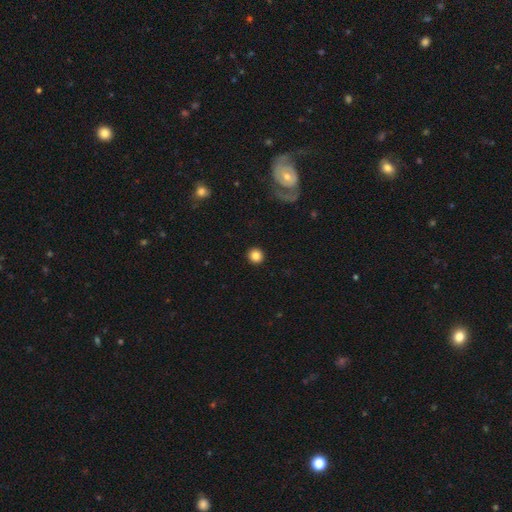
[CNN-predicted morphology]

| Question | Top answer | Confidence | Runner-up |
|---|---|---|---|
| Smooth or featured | smooth | 85% | star or artifact (10%) |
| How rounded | round | 95% | in between (4%) |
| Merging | none | 94% | minor disturbance (4%) |